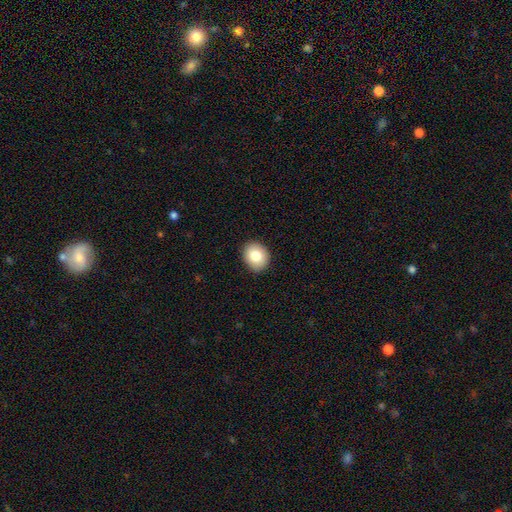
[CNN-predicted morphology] Q: Smooth or featured?
A: smooth (83%); runner-up: featured or disk (9%)
Q: How rounded?
A: round (57%); runner-up: in between (42%)
Q: Merging?
A: none (90%); runner-up: minor disturbance (8%)